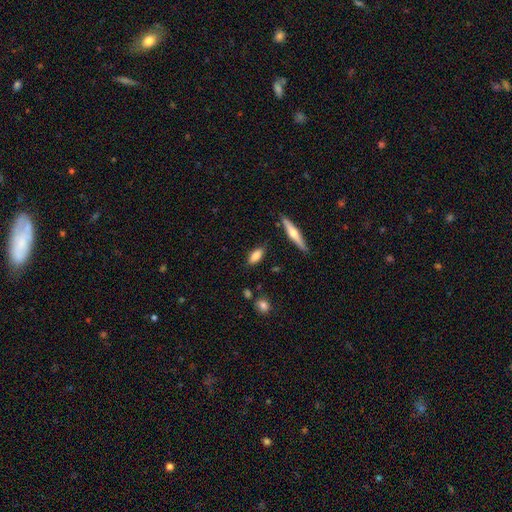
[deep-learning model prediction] Smooth or featured: smooth — 77% (featured or disk — 16%)
How rounded: in between — 74% (cigar-shaped — 22%)
Merging: none — 83% (minor disturbance — 11%)